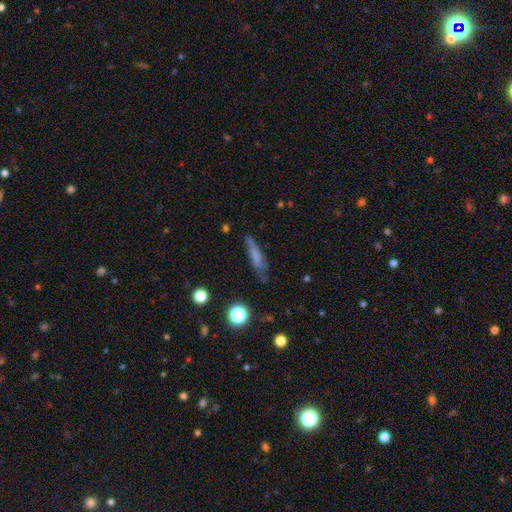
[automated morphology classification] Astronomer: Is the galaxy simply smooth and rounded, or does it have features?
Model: smooth — 60%.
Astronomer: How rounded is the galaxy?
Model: cigar-shaped — 76%.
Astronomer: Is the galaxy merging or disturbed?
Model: none — 67%.